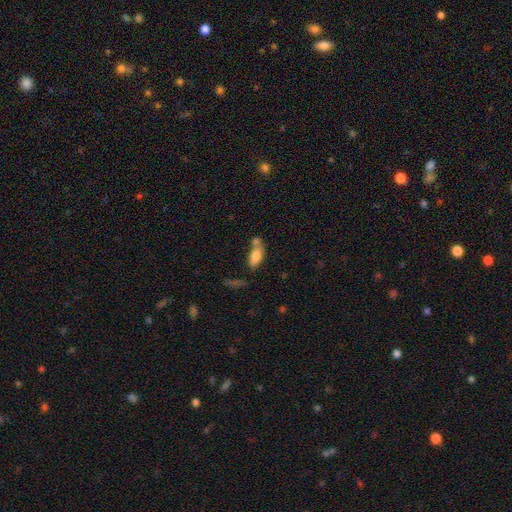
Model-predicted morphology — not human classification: Smooth or featured? smooth (76%)
How rounded? in between (80%)
Merging? none (43%)